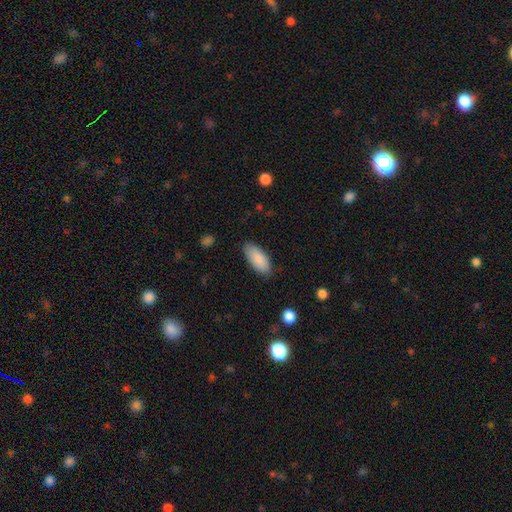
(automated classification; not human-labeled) Morphology: type=smooth (88%); roundness=in between (87%); merging=none (85%).